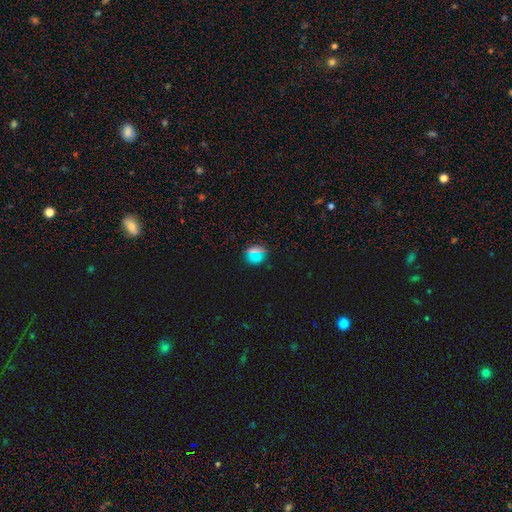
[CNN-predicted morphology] smooth_or_featured: smooth (p=0.64) [alt: star or artifact p=0.30]
how_rounded: round (p=0.82) [alt: in between p=0.15]
merging: none (p=0.85) [alt: minor disturbance p=0.09]